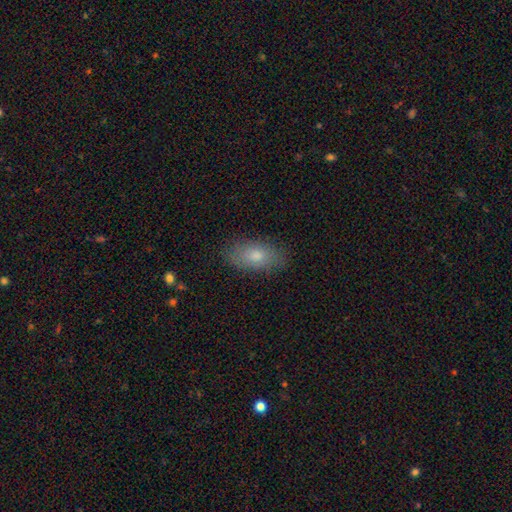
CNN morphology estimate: This appears to be a smooth galaxy with no disk features (77%) that is in between round and cigar-shaped (90%). Merging: none (83%).